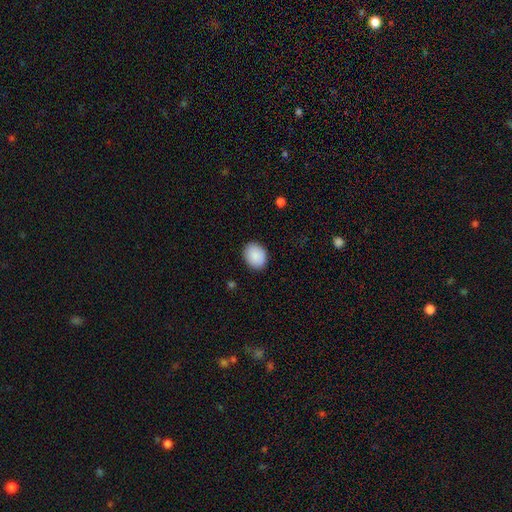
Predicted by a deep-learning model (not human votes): Smooth or featured? smooth (89%)
How rounded? in between (54%)
Merging? none (89%)